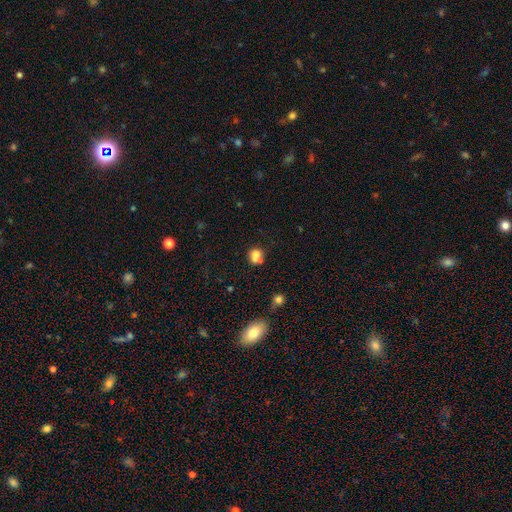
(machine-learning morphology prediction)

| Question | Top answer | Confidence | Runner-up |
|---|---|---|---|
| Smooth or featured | smooth | 73% | featured or disk (15%) |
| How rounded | round | 69% | in between (30%) |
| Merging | merger | 41% | none (39%) |